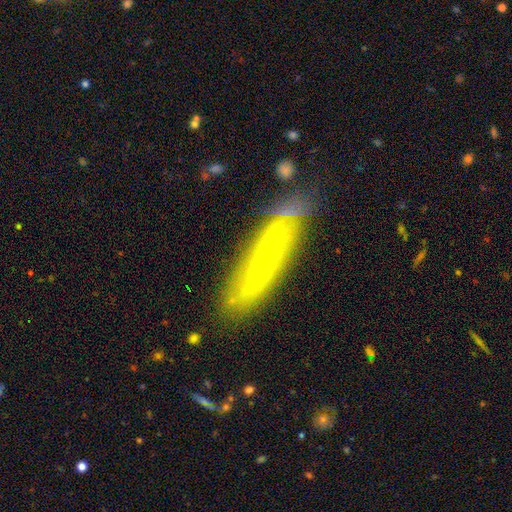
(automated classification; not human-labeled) featured or disk 57%, smooth 31%, star or artifact 12%. Down the decision tree: edge-on disk — yes (67%); merging — none (78%).